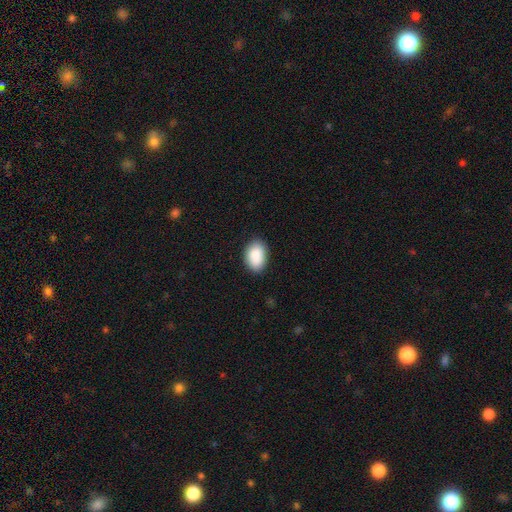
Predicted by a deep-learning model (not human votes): The model was most divided on "merging": none: 84%, minor disturbance: 12%, major disturbance: 2%, merger: 1%. More confident: smooth or featured — smooth (90%); how rounded — in between (89%).